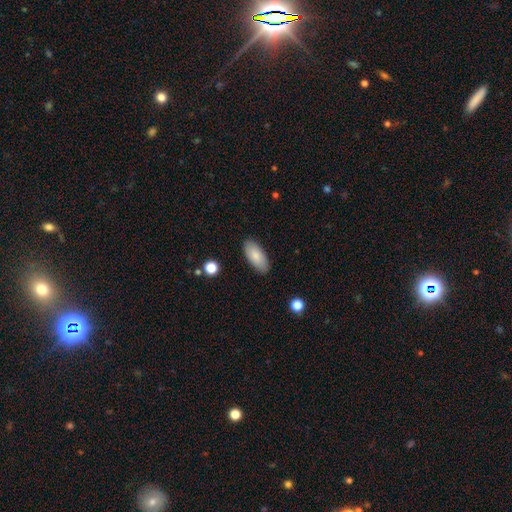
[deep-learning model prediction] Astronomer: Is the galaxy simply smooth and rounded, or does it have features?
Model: smooth — 85%.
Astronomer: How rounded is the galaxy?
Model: in between — 89%.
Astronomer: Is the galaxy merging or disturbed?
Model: none — 87%.